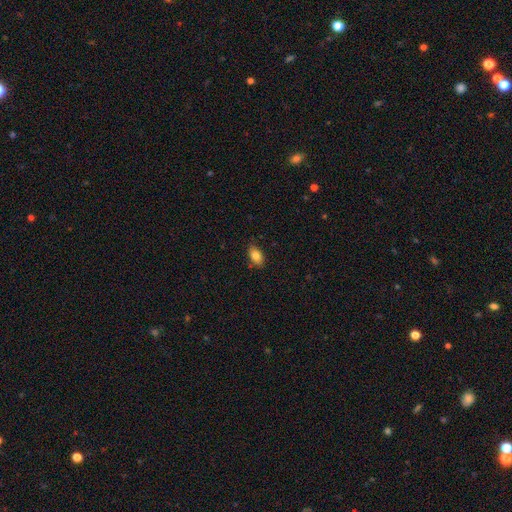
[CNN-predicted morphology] Smooth or featured? Predicted: smooth (p=0.82). How rounded? Predicted: in between (p=0.91). Merging? Predicted: none (p=0.85).